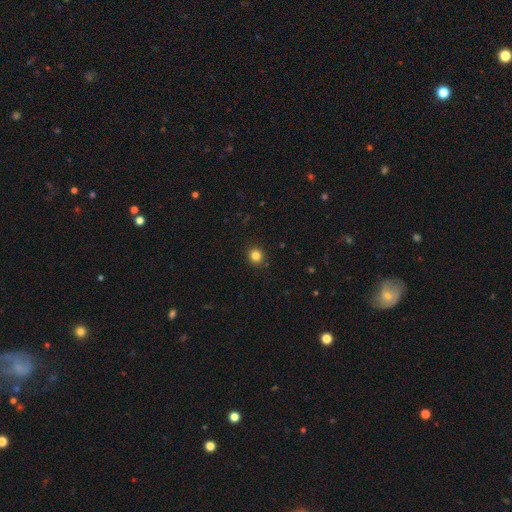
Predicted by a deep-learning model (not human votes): Q: Smooth or featured?
A: smooth (84%); runner-up: star or artifact (12%)
Q: How rounded?
A: round (89%); runner-up: in between (10%)
Q: Merging?
A: none (92%); runner-up: minor disturbance (6%)